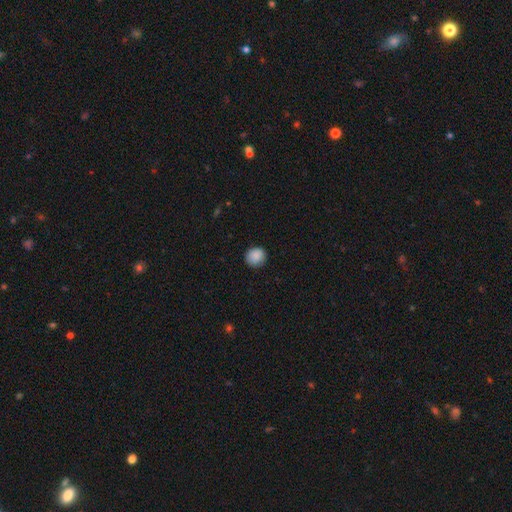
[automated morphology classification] The model was most divided on "how rounded": round: 84%, in between: 15%, cigar-shaped: 1%. More confident: smooth or featured — smooth (88%); merging — none (84%).